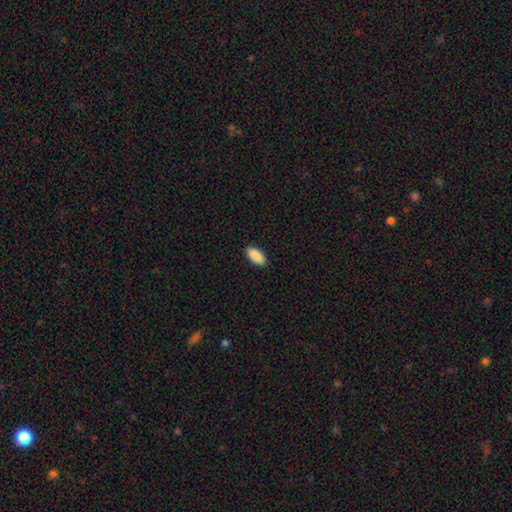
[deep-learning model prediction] Smooth or featured?
  - smooth: 91% *
  - star or artifact: 6%
  - featured or disk: 3%
How rounded?
  - in between: 91% *
  - cigar-shaped: 7%
  - round: 2%
Merging?
  - none: 90% *
  - minor disturbance: 7%
  - major disturbance: 2%
  - merger: 1%